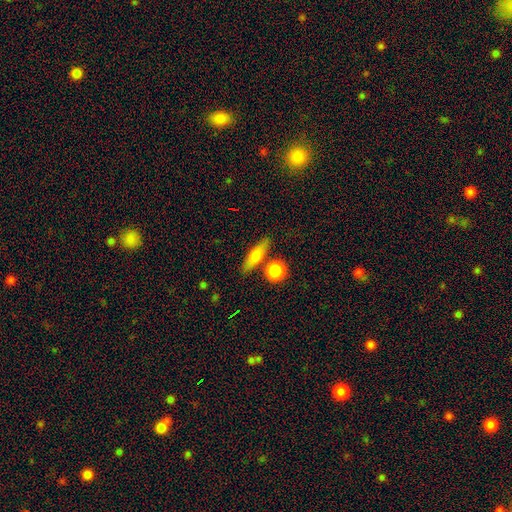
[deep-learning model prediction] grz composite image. It shows a smooth galaxy with no disk features (63%) that is cigar-shaped (57%). Merging: none (76%).